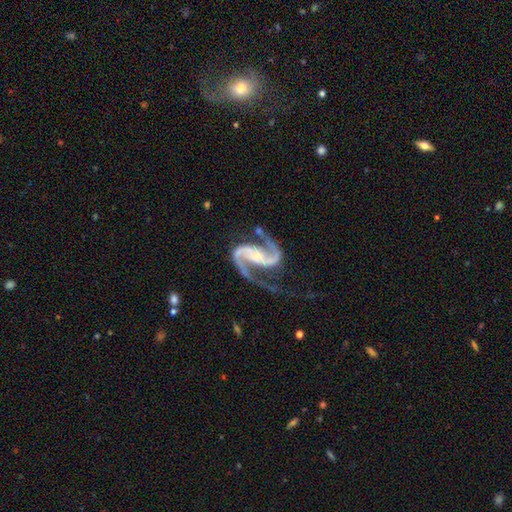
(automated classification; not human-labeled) Q: Smooth or featured?
A: featured or disk (94%); runner-up: star or artifact (3%)
Q: Edge-on disk?
A: no (98%); runner-up: yes (2%)
Q: Bar?
A: no (35%); runner-up: weak (33%)
Q: Spiral arms?
A: yes (99%); runner-up: no (1%)
Q: Spiral winding?
A: medium (61%); runner-up: loose (24%)
Q: Spiral arm count?
A: 2 (94%); runner-up: 1 (1%)
Q: Bulge size?
A: small (51%); runner-up: moderate (23%)
Q: Merging?
A: none (63%); runner-up: minor disturbance (18%)